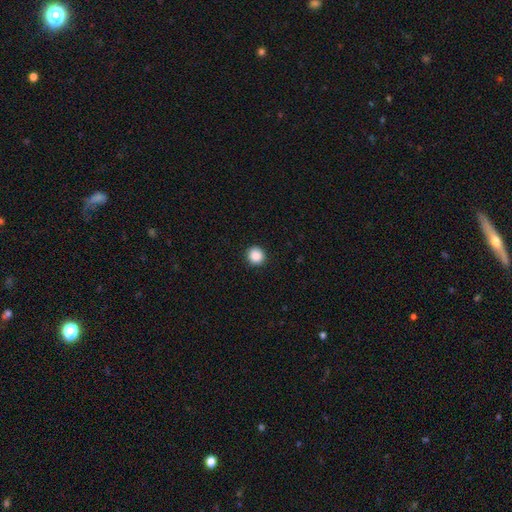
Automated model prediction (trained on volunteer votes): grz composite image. It shows a smooth galaxy with no disk features (89%) that is round (94%). Merging: none (93%).